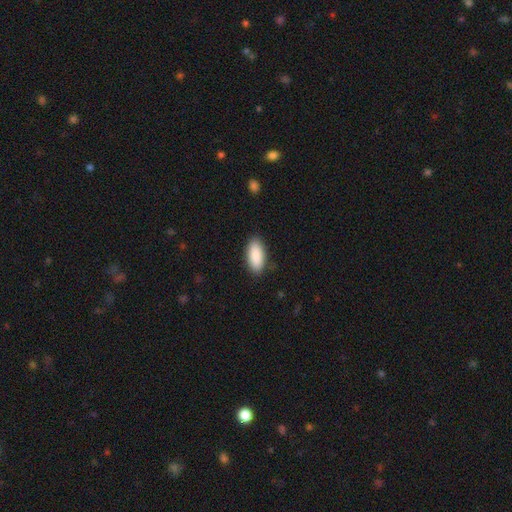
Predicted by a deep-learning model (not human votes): Smooth or featured?
  - smooth: 90% *
  - star or artifact: 6%
  - featured or disk: 4%
How rounded?
  - in between: 89% *
  - cigar-shaped: 9%
  - round: 2%
Merging?
  - none: 87% *
  - minor disturbance: 10%
  - major disturbance: 2%
  - merger: 1%